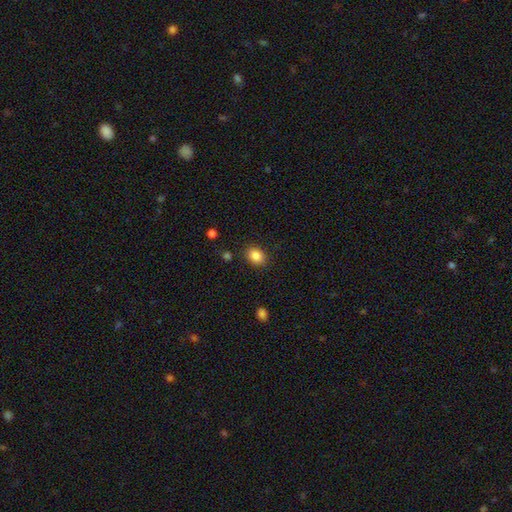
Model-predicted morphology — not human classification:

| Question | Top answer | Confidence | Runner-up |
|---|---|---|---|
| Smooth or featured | smooth | 86% | star or artifact (9%) |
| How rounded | in between | 55% | round (44%) |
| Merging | none | 86% | minor disturbance (10%) |